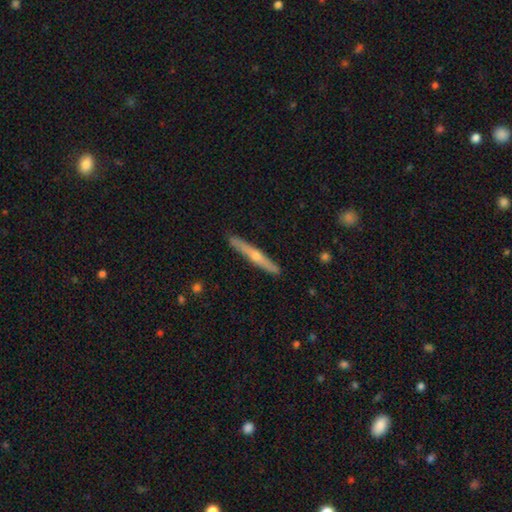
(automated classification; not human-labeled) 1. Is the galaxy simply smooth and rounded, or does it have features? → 63% featured or disk, 32% smooth, 6% star or artifact.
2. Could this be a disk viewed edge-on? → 96% yes, 4% no.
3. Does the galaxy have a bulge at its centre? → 82% rounded, 16% none, 2% boxy.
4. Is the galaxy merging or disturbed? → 90% none, 7% minor disturbance, 1% major disturbance, 1% merger.